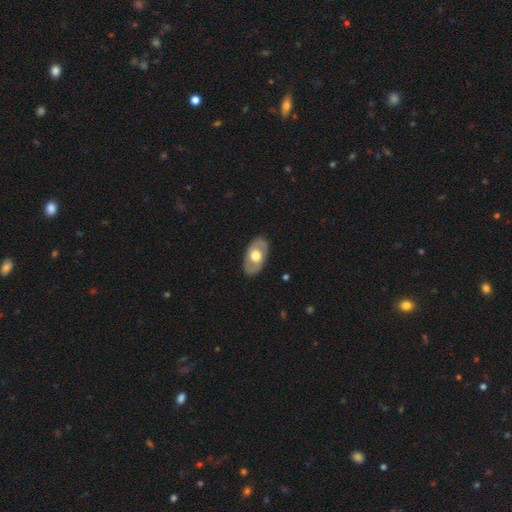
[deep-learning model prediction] Q: Smooth or featured?
A: featured or disk (52%); runner-up: smooth (44%)
Q: Edge-on disk?
A: no (87%); runner-up: yes (13%)
Q: Merging?
A: none (84%); runner-up: minor disturbance (12%)